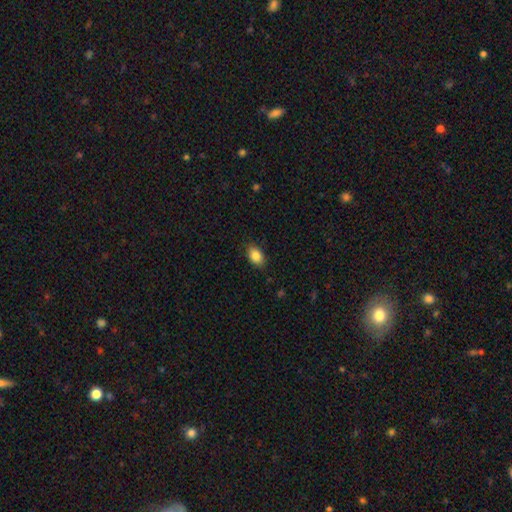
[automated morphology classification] The model was most divided on "how rounded": in between: 85%, round: 13%, cigar-shaped: 2%. More confident: merging — none (86%); smooth or featured — smooth (85%).